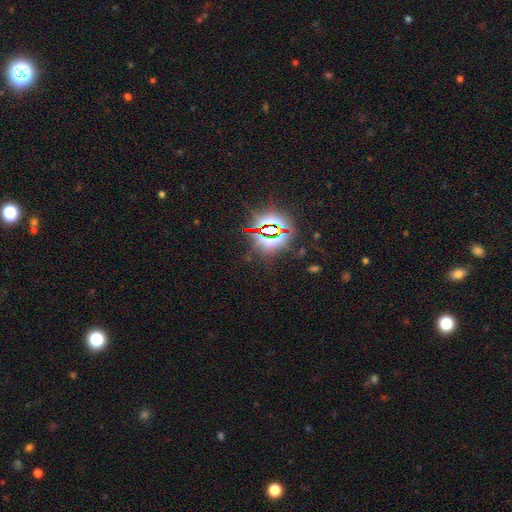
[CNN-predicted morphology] smooth_or_featured: star or artifact (p=0.84) [alt: smooth p=0.09]